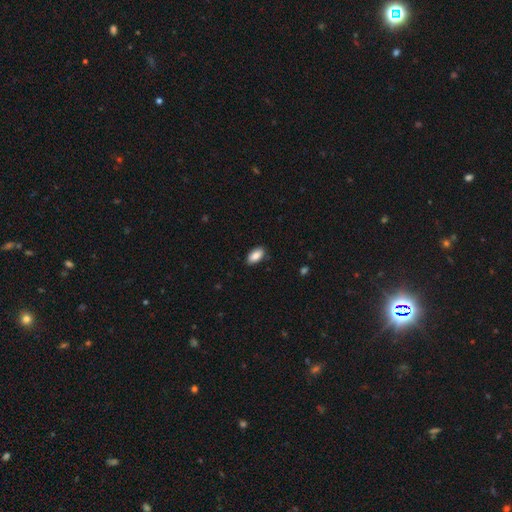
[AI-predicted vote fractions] The model was most divided on "smooth or featured": smooth: 86%, featured or disk: 8%, star or artifact: 7%. More confident: how rounded — in between (92%); merging — none (88%).